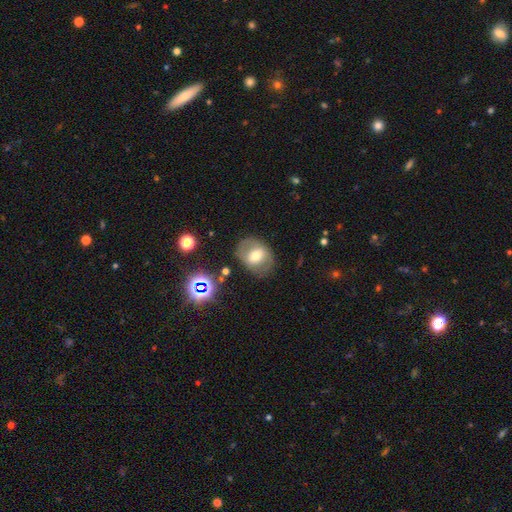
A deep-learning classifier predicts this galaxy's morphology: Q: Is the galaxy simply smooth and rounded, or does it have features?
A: smooth — 51%.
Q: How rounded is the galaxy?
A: in between — 57%.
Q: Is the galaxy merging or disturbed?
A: none — 74%.